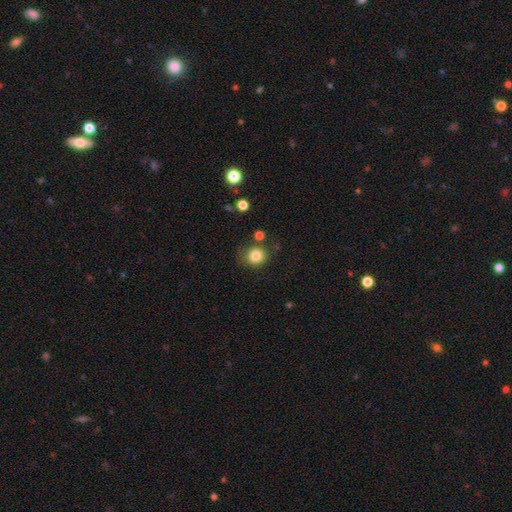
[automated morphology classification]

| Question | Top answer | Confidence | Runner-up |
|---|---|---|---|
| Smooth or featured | smooth | 83% | star or artifact (11%) |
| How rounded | round | 81% | in between (19%) |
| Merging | none | 76% | minor disturbance (15%) |